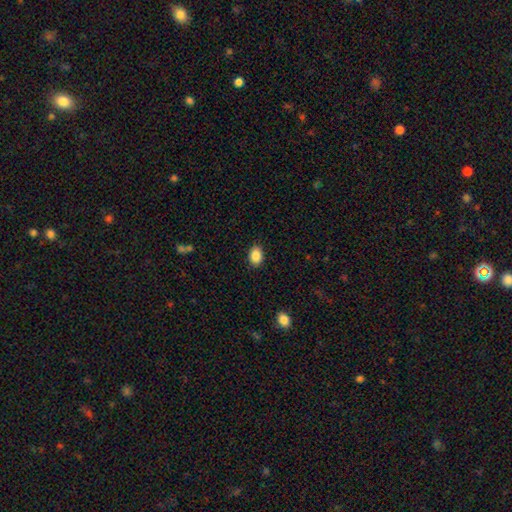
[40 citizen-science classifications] Overall: smooth (88%). How rounded: in between (86%). Merging: none (76%).